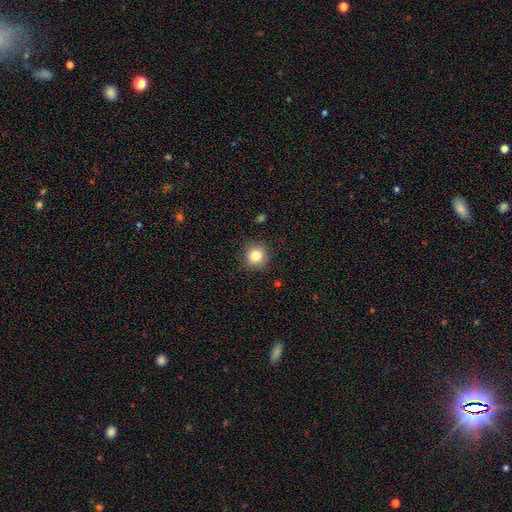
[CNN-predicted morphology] A smooth galaxy with no disk features (83%) that is round (92%). Merging: none (88%).